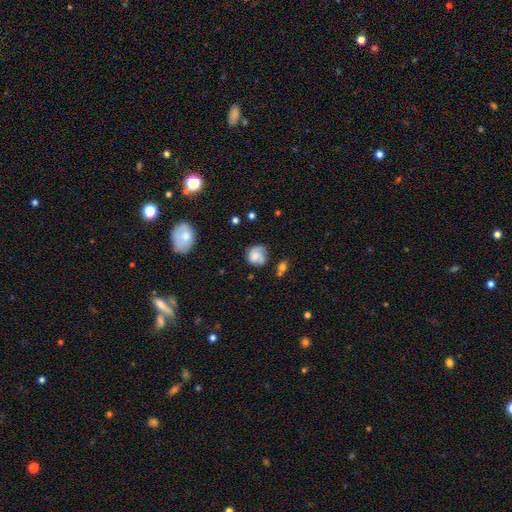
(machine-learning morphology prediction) A smooth galaxy with no disk features (49%). Merging: none (49%).